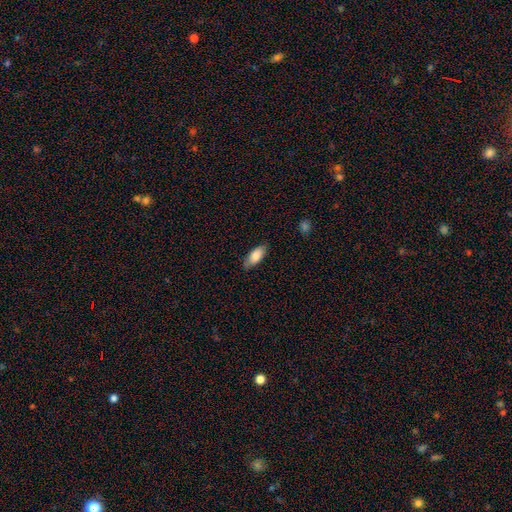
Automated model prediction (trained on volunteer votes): The model was most divided on "merging": none: 80%, minor disturbance: 17%, major disturbance: 3%, merger: 1%. More confident: how rounded — in between (83%); smooth or featured — smooth (82%).